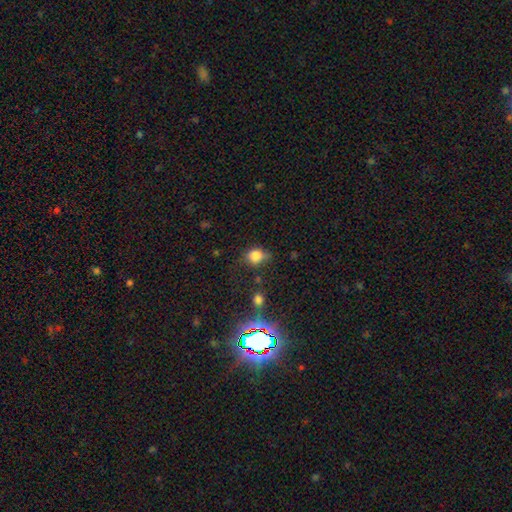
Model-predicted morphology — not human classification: smooth_or_featured: smooth (p=0.79) [alt: star or artifact p=0.14]
how_rounded: round (p=0.59) [alt: in between p=0.40]
merging: none (p=0.57) [alt: minor disturbance p=0.29]